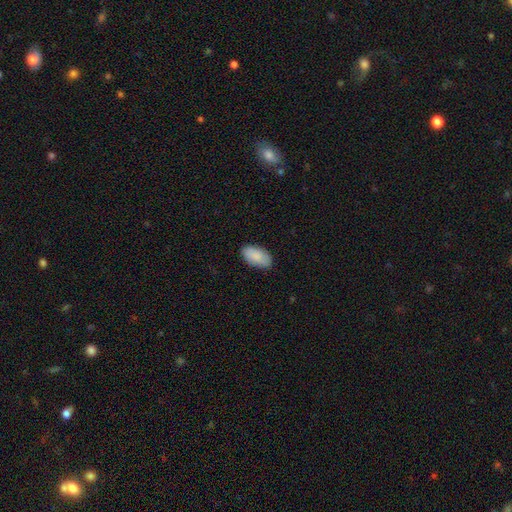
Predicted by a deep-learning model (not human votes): Smooth or featured: smooth — 87% (featured or disk — 7%)
How rounded: in between — 95% (round — 3%)
Merging: none — 85% (minor disturbance — 12%)